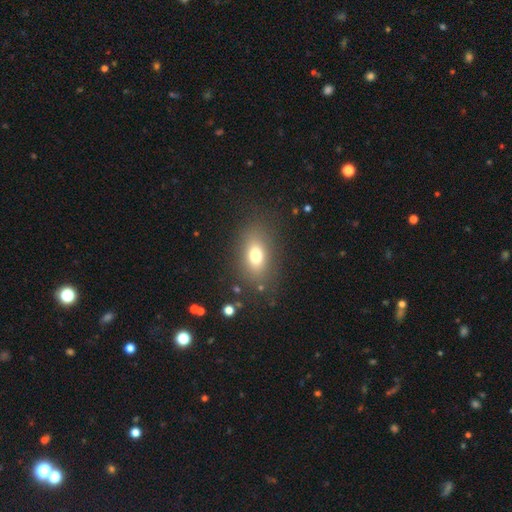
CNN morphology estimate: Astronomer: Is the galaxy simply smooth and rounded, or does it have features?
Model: smooth — 74%.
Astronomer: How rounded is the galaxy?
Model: in between — 79%.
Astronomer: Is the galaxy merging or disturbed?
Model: none — 81%.